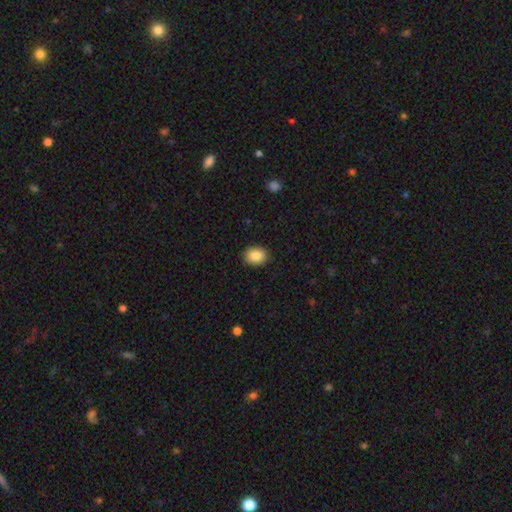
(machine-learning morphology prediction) This appears to be a smooth galaxy with no disk features (87%) that is in between round and cigar-shaped (61%). Merging: none (90%).